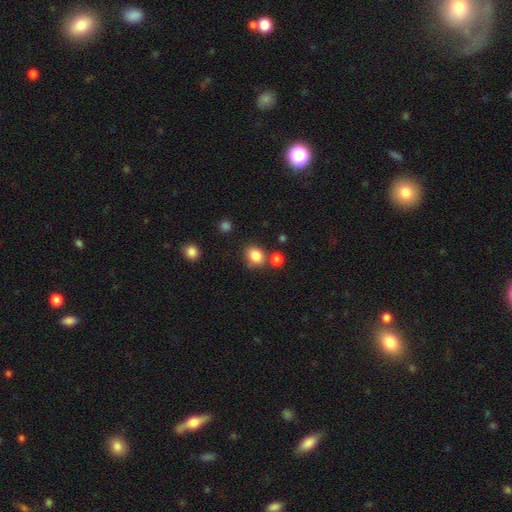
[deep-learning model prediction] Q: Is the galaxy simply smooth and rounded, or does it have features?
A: smooth — 84%.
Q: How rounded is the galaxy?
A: round — 51%.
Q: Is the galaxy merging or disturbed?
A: none — 67%.